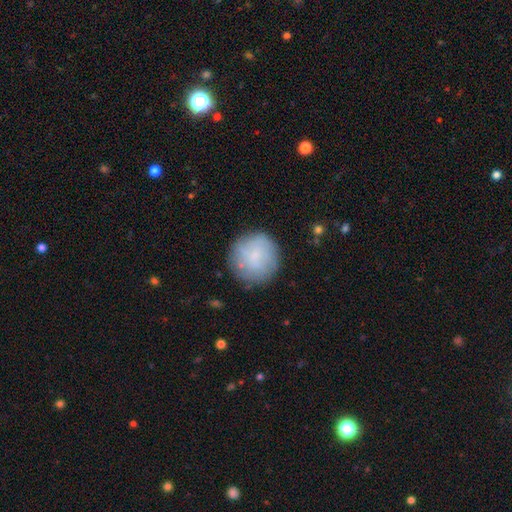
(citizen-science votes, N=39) Smooth or featured?
  - smooth: 67% *
  - featured or disk: 26%
  - star or artifact: 8%
How rounded?
  - round: 100% *
  - in between: 0%
  - cigar-shaped: 0%
Merging?
  - none: 64% *
  - minor disturbance: 28%
  - merger: 6%
  - major disturbance: 3%